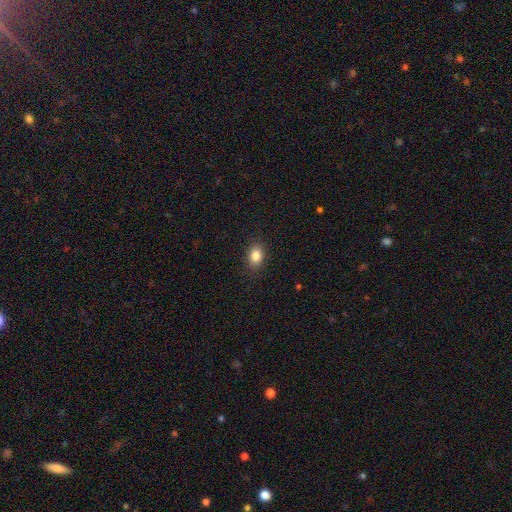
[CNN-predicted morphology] A smooth galaxy with no disk features (84%) that is in between round and cigar-shaped (70%).

Vote fractions:
- Smooth or featured? smooth: 84% / star or artifact: 10% / featured or disk: 7%
- How rounded? in between: 70% / round: 29% / cigar-shaped: 1%
- Merging? none: 89% / minor disturbance: 8% / major disturbance: 2% / merger: 1%